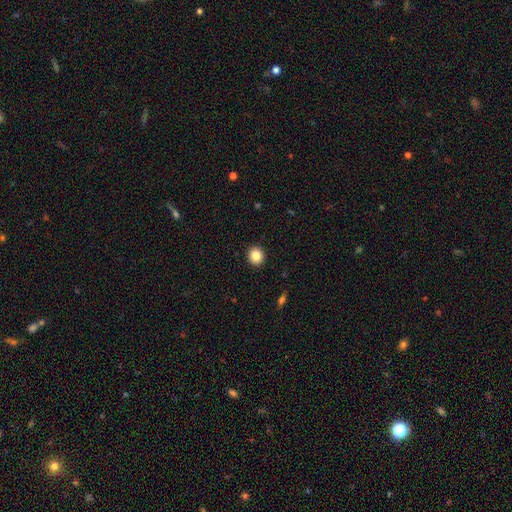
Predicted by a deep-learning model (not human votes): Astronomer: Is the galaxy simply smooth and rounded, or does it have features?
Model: smooth — 85%.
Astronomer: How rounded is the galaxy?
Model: round — 85%.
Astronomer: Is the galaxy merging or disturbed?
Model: none — 92%.